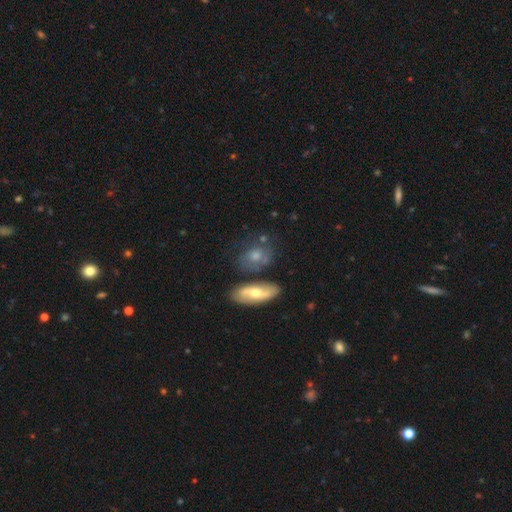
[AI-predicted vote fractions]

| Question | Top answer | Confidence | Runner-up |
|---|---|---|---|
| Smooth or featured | smooth | 50% | featured or disk (37%) |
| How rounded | in between | 58% | round (32%) |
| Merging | none | 61% | merger (17%) |